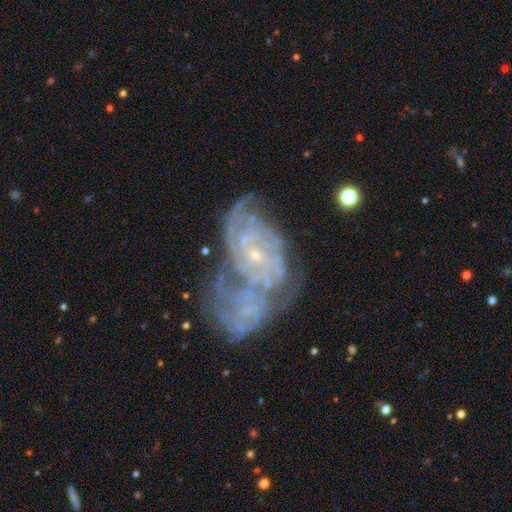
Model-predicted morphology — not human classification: Q: Smooth or featured?
A: featured or disk (84%); runner-up: smooth (8%)
Q: Edge-on disk?
A: no (97%); runner-up: yes (3%)
Q: Bar?
A: no (68%); runner-up: weak (25%)
Q: Spiral arms?
A: yes (91%); runner-up: no (9%)
Q: Spiral winding?
A: tight (65%); runner-up: medium (26%)
Q: Spiral arm count?
A: can't tell (43%); runner-up: 2 (18%)
Q: Bulge size?
A: small (84%); runner-up: moderate (10%)
Q: Merging?
A: merger (52%); runner-up: none (19%)